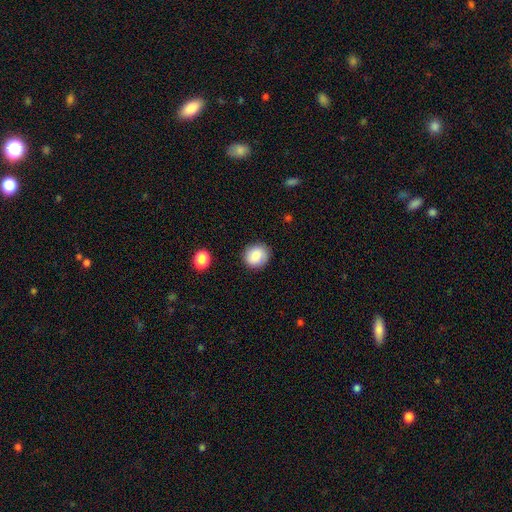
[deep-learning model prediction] This appears to be a smooth galaxy with no disk features (84%) that is round (81%). Merging: none (87%).